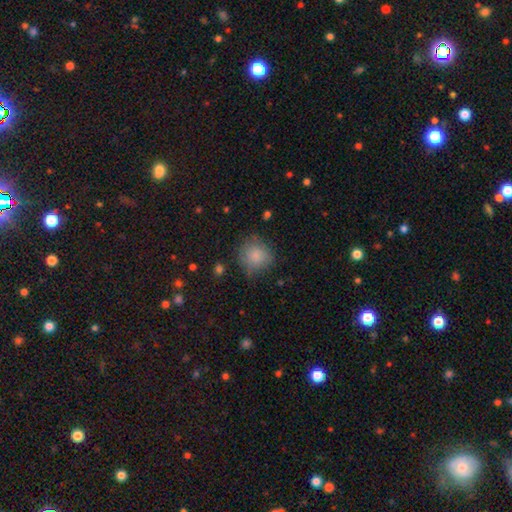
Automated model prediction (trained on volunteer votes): smooth 83%, star or artifact 9%, featured or disk 8%. Down the decision tree: how rounded — round (87%); merging — none (68%).